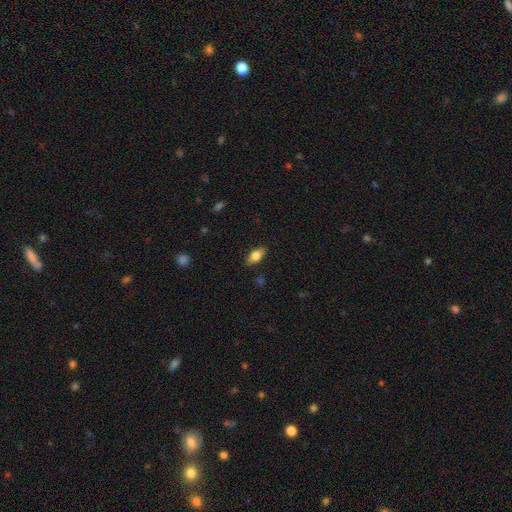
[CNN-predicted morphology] Smooth or featured? smooth (73%)
How rounded? in between (84%)
Merging? none (86%)